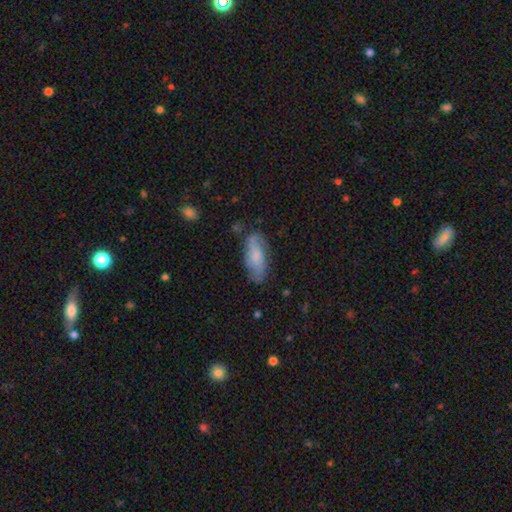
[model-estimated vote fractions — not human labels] This is possibly a smooth galaxy (55%). How rounded: likely in between (70%). Merging: likely none (69%).